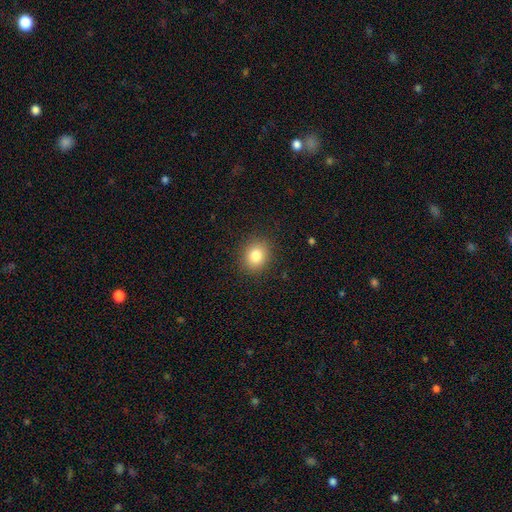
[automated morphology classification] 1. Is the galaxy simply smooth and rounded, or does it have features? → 83% smooth, 11% star or artifact, 7% featured or disk.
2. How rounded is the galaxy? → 65% round, 35% in between, 1% cigar-shaped.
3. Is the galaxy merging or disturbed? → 89% none, 8% minor disturbance, 3% major disturbance, 1% merger.